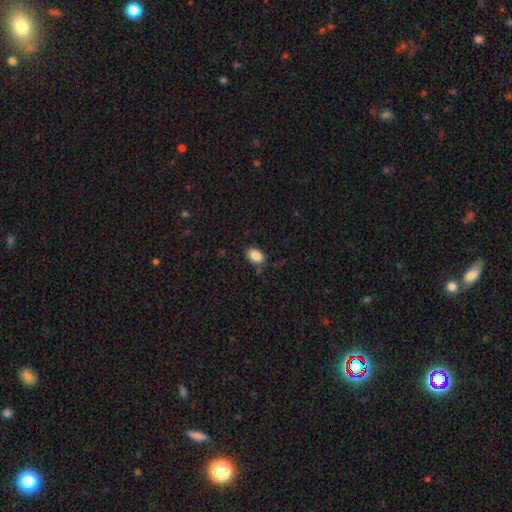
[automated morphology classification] Q: Smooth or featured?
A: smooth (88%); runner-up: star or artifact (8%)
Q: How rounded?
A: in between (85%); runner-up: round (14%)
Q: Merging?
A: none (79%); runner-up: minor disturbance (15%)